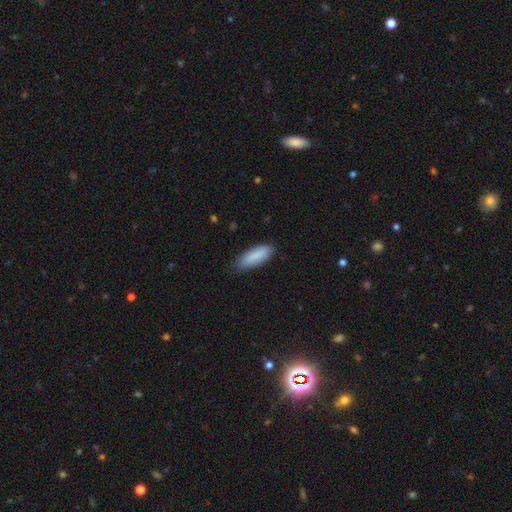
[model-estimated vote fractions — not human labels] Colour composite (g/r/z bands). It shows a smooth galaxy with no disk features (88%) that is in between round and cigar-shaped (62%). Merging: none (79%).